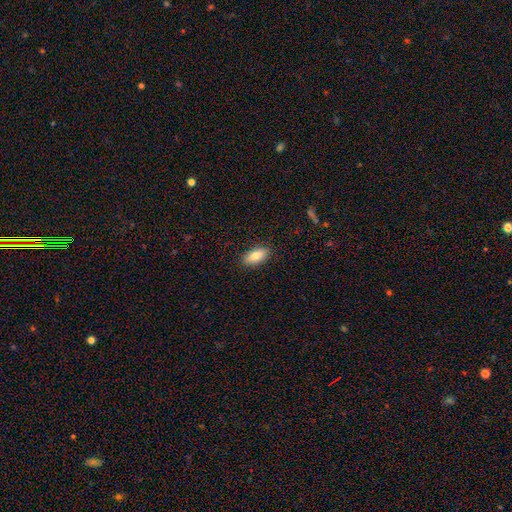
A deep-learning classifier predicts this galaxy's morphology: Smooth or featured: smooth — 81% (featured or disk — 12%)
How rounded: in between — 89% (cigar-shaped — 8%)
Merging: none — 88% (minor disturbance — 9%)